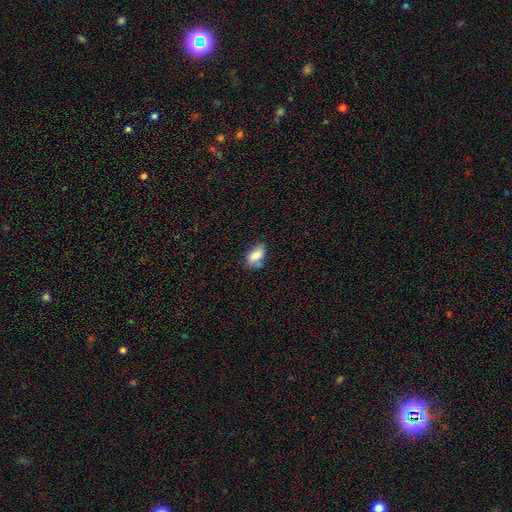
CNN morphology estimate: smooth_or_featured: smooth (p=0.84) [alt: featured or disk p=0.08]
how_rounded: in between (p=0.90) [alt: round p=0.07]
merging: none (p=0.60) [alt: minor disturbance p=0.26]